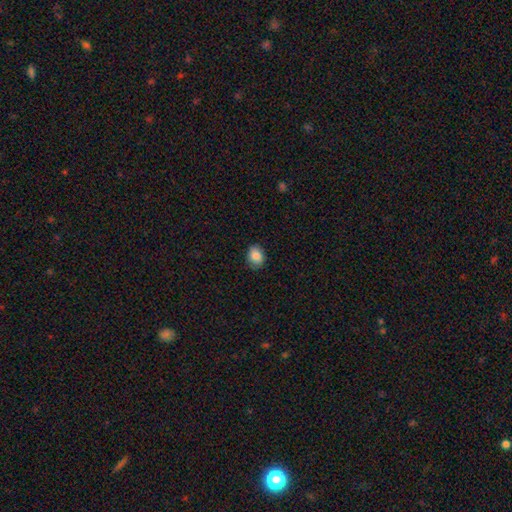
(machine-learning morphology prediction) type=smooth (86%); roundness=in between (55%); merging=none (84%).